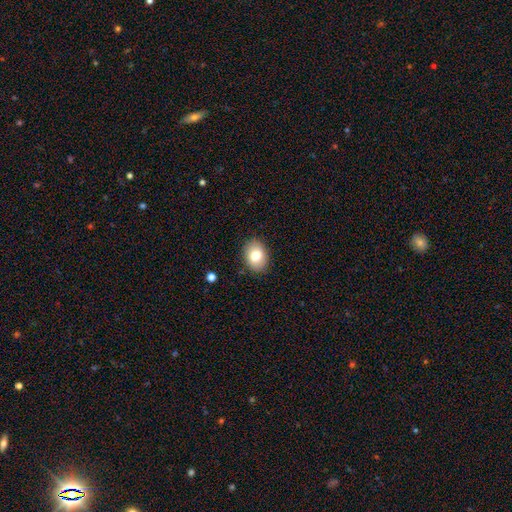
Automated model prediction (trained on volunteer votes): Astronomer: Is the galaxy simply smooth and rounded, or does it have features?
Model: smooth — 80%.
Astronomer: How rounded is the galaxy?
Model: in between — 72%.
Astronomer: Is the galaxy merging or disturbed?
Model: none — 88%.